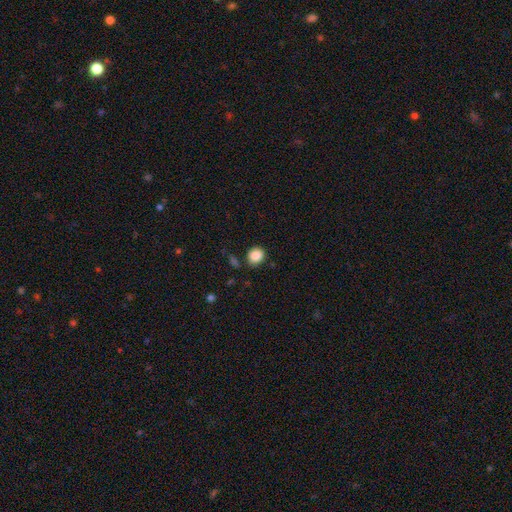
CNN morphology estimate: A smooth galaxy with no disk features (87%) that is round (75%).

Vote fractions:
- Smooth or featured? smooth: 87% / star or artifact: 9% / featured or disk: 4%
- How rounded? round: 75% / in between: 24% / cigar-shaped: 1%
- Merging? none: 82% / minor disturbance: 11% / merger: 4% / major disturbance: 3%